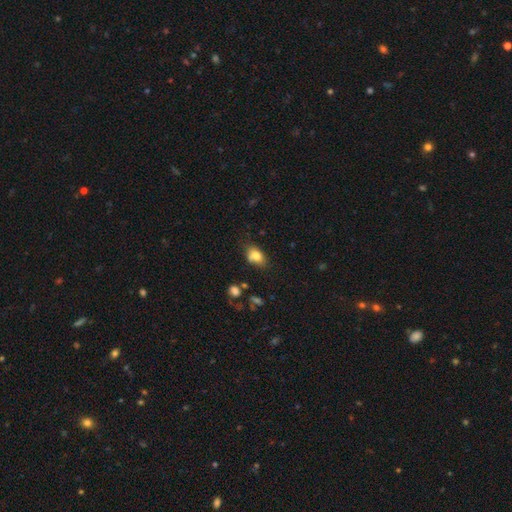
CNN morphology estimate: smooth-or-featured: smooth: 78% | featured or disk: 12% | star or artifact: 10%
  how-rounded: in between: 78% | round: 20% | cigar-shaped: 2%
  merging: none: 59% | minor disturbance: 23% | merger: 13% | major disturbance: 6%